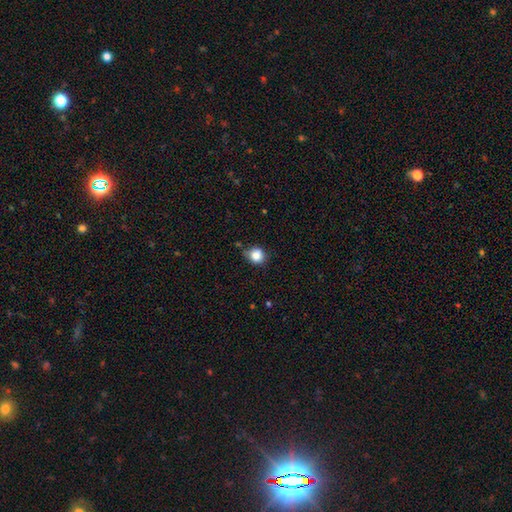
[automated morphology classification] Smooth or featured? Predicted: smooth (p=0.84). How rounded? Predicted: round (p=0.83). Merging? Predicted: none (p=0.69).